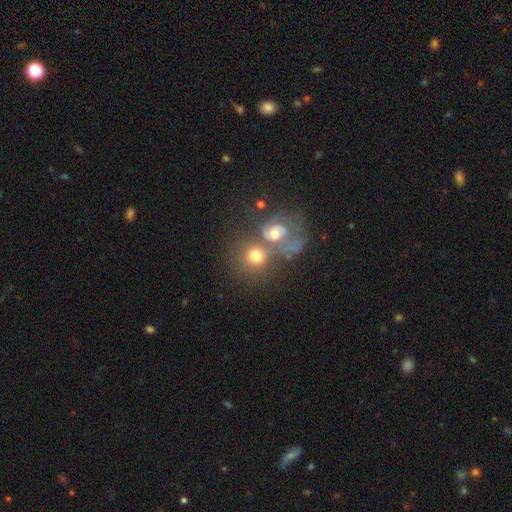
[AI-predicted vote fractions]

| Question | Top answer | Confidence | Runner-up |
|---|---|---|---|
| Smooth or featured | smooth | 58% | featured or disk (30%) |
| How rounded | round | 75% | in between (24%) |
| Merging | merger | 52% | none (28%) |